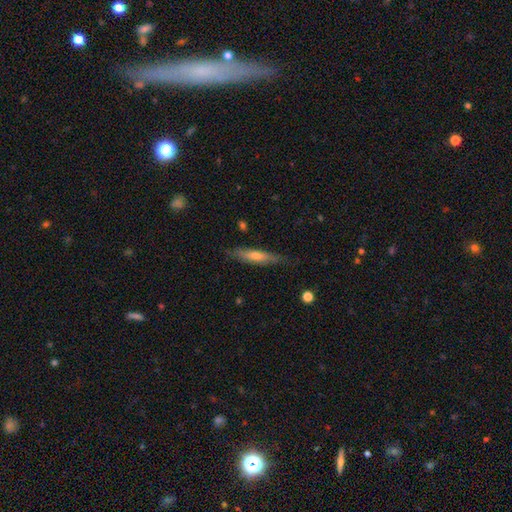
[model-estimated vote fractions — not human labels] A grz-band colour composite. It shows a smooth galaxy with no disk features (50%) that is cigar-shaped (85%). Merging: none (80%).